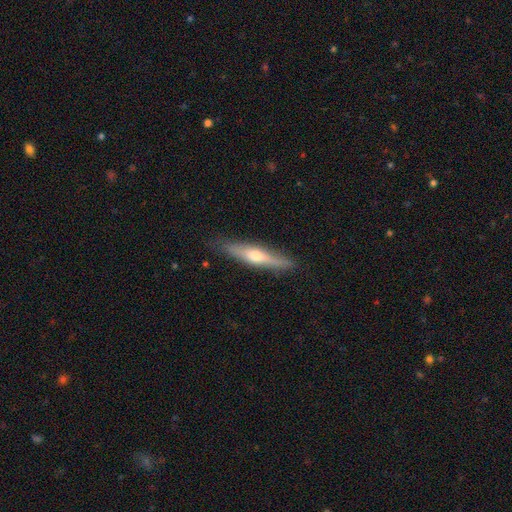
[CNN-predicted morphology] type=featured or disk (50%); merging=none (85%).